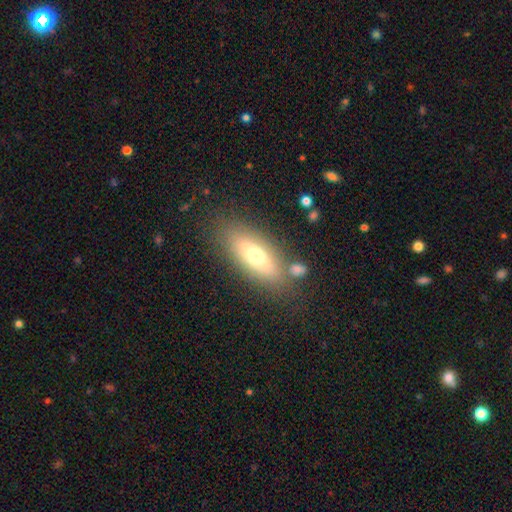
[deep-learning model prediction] This appears to be a smooth galaxy with no disk features (64%) that is in between round and cigar-shaped (68%). Merging: none (75%).